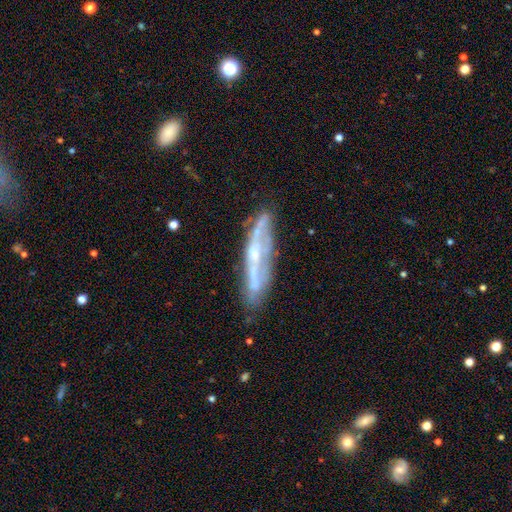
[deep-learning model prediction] This appears to be a featured or disk galaxy (72%) viewed edge-on (53%). Merging: none (65%).